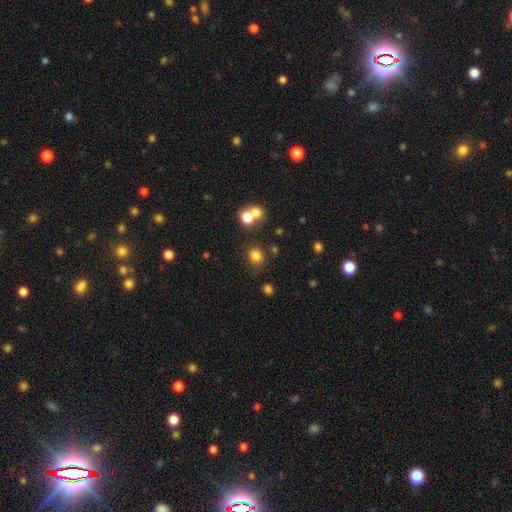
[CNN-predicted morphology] Smooth or featured?
  - smooth: 80% *
  - star or artifact: 15%
  - featured or disk: 5%
How rounded?
  - round: 81% *
  - in between: 18%
  - cigar-shaped: 1%
Merging?
  - none: 77% *
  - minor disturbance: 9%
  - merger: 9%
  - major disturbance: 4%